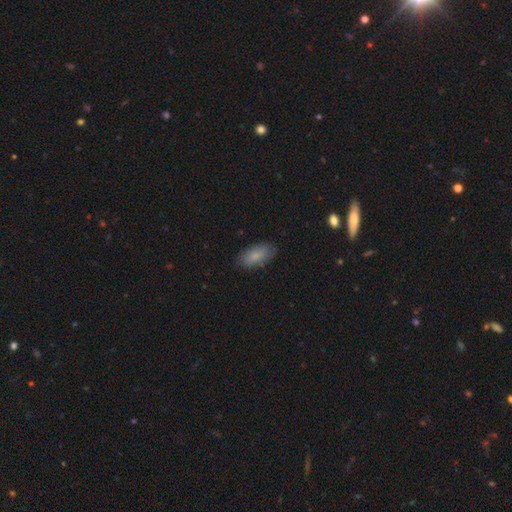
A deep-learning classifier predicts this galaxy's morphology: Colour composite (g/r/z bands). It shows a smooth galaxy with no disk features (82%) that is in between round and cigar-shaped (91%). Merging: none (80%).